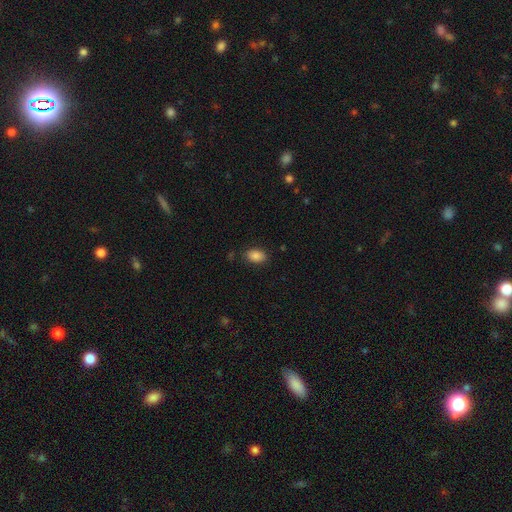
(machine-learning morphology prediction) Smooth or featured?
  - smooth: 86% *
  - star or artifact: 8%
  - featured or disk: 5%
How rounded?
  - in between: 87% *
  - round: 12%
  - cigar-shaped: 1%
Merging?
  - none: 84% *
  - minor disturbance: 12%
  - major disturbance: 3%
  - merger: 2%